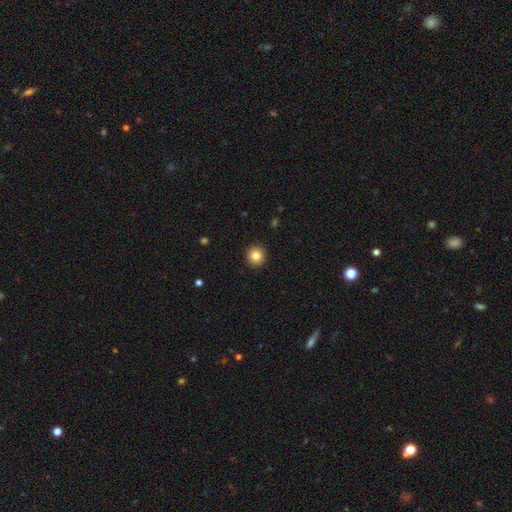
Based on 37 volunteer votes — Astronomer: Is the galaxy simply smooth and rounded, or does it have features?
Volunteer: smooth — 92%.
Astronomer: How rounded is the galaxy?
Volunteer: round — 97%.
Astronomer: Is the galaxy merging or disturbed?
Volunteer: none — 97%.